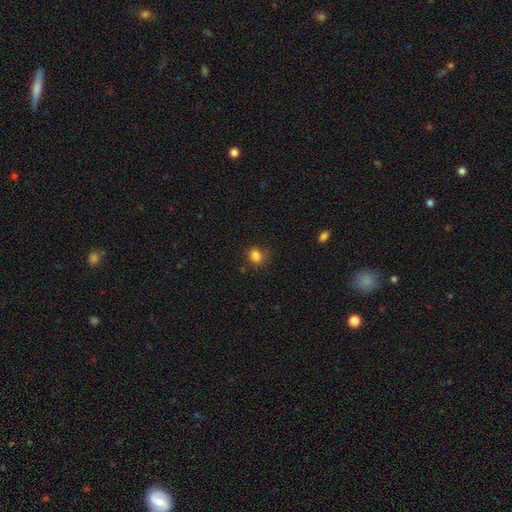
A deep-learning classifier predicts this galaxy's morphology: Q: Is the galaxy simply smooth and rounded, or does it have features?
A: smooth — 84%.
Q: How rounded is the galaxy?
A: in between — 50%.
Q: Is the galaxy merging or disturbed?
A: none — 71%.